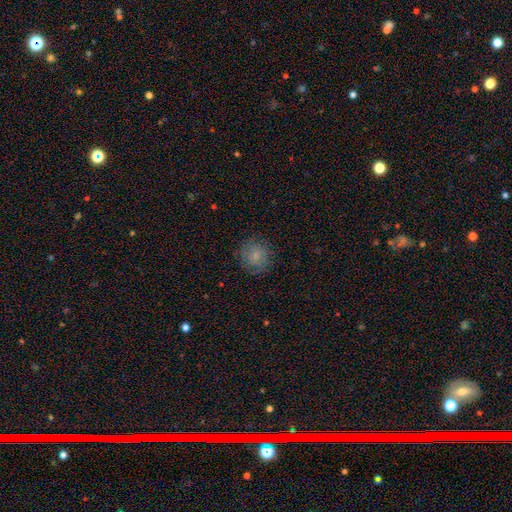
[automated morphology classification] Smooth or featured? Predicted: smooth (p=0.82). How rounded? Predicted: round (p=0.90). Merging? Predicted: none (p=0.83).